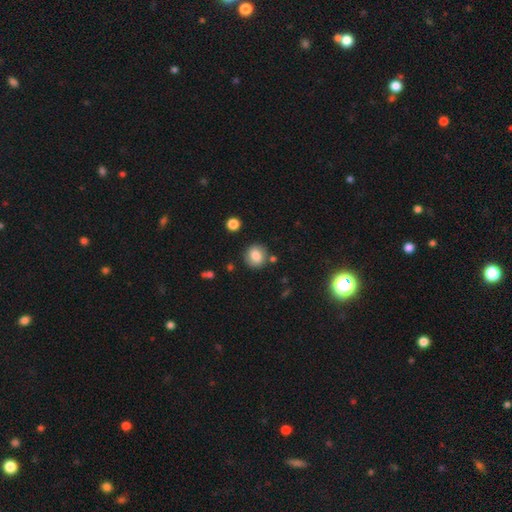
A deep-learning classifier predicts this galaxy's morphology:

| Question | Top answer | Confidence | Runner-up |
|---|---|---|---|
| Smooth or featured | smooth | 80% | star or artifact (10%) |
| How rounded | round | 81% | in between (18%) |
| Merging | none | 82% | minor disturbance (10%) |